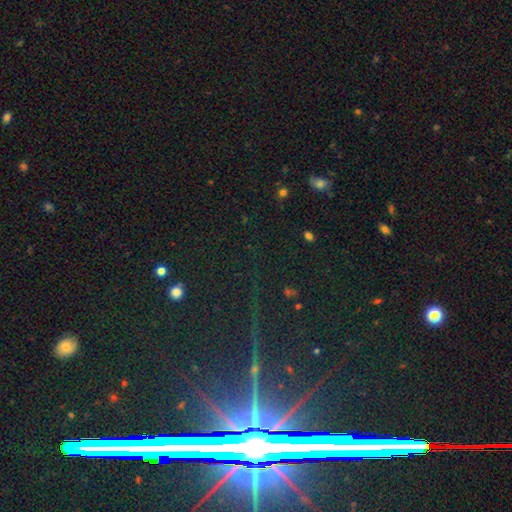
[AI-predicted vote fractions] Smooth or featured? Predicted: star or artifact (p=0.78).